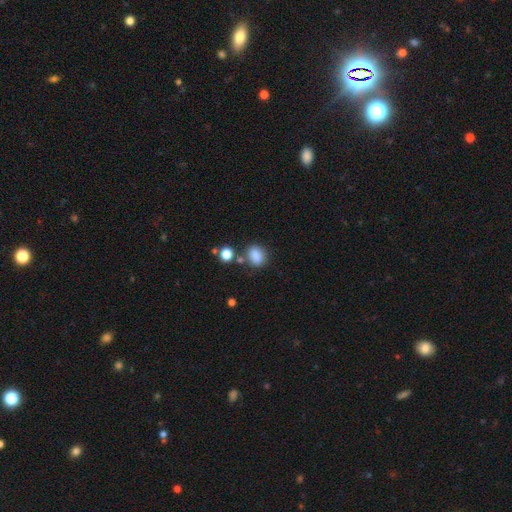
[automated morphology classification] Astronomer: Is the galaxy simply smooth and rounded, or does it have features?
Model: smooth — 84%.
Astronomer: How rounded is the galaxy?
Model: in between — 56% (runner-up: round, 42%).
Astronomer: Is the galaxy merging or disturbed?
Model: none — 68%.